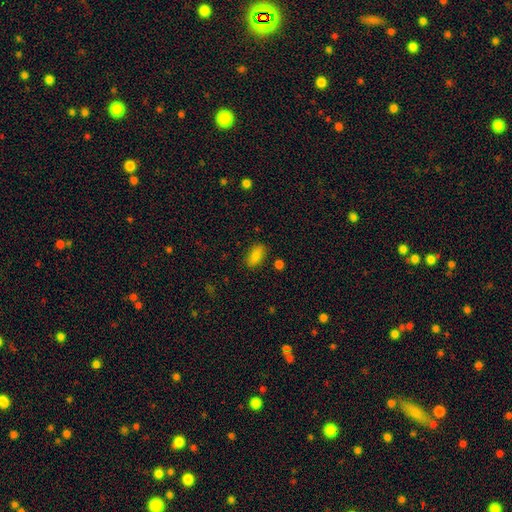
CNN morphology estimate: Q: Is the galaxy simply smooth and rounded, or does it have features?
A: smooth — 86%.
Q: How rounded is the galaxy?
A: in between — 89%.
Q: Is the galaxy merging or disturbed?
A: none — 84%.